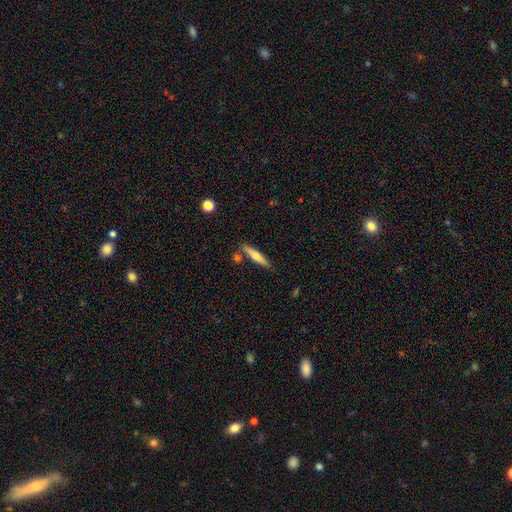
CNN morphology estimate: A smooth galaxy with no disk features (52%) that is cigar-shaped (88%).

Vote fractions:
- Smooth or featured? smooth: 52% / featured or disk: 42% / star or artifact: 6%
- How rounded? cigar-shaped: 88% / in between: 10% / round: 2%
- Merging? none: 81% / minor disturbance: 10% / merger: 6% / major disturbance: 2%